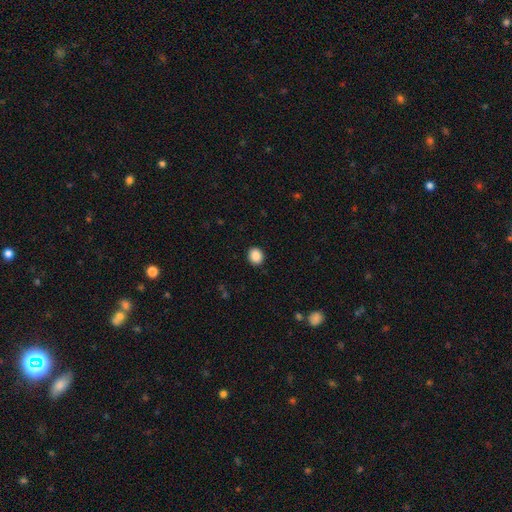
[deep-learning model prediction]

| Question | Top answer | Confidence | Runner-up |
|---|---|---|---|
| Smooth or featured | smooth | 89% | star or artifact (9%) |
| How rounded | round | 71% | in between (28%) |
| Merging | none | 91% | minor disturbance (6%) |